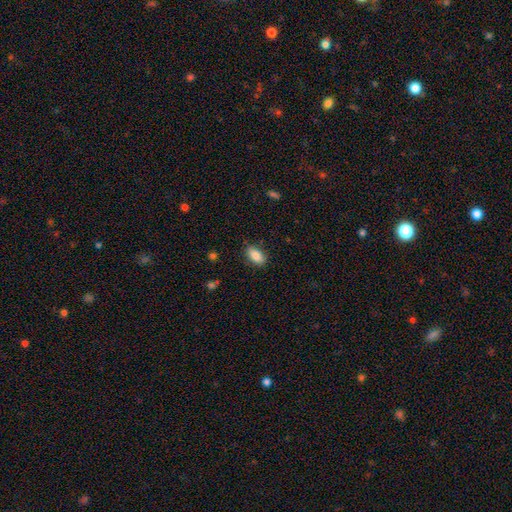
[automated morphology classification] smooth 86%, star or artifact 7%, featured or disk 6%. Down the decision tree: how rounded — in between (91%); merging — none (84%).